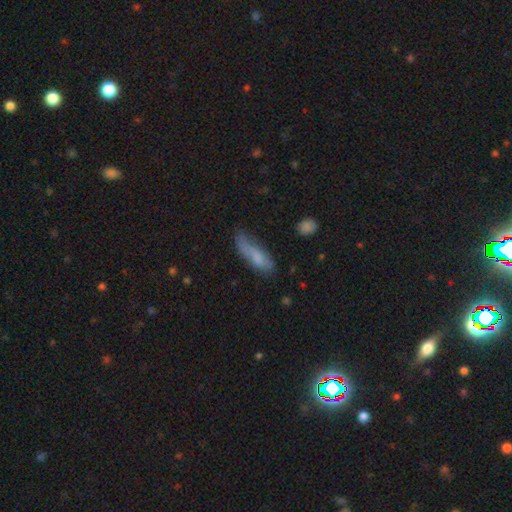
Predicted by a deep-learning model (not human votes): smooth 72%, featured or disk 20%, star or artifact 8%. Down the decision tree: how rounded — cigar-shaped (51%); merging — none (45%).